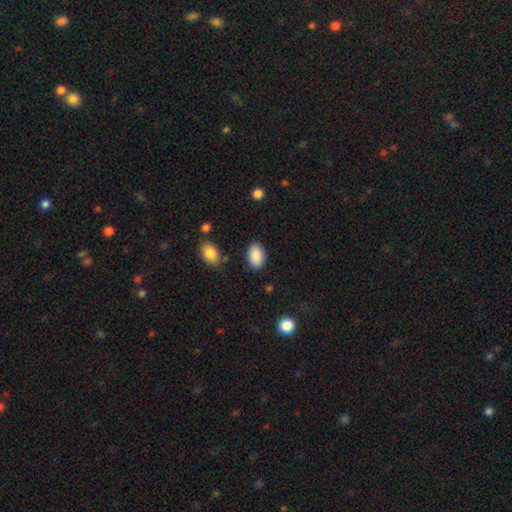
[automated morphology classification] smooth-or-featured: smooth: 90% | star or artifact: 7% | featured or disk: 3%
  how-rounded: in between: 92% | round: 7% | cigar-shaped: 1%
  merging: none: 85% | minor disturbance: 10% | major disturbance: 3% | merger: 2%